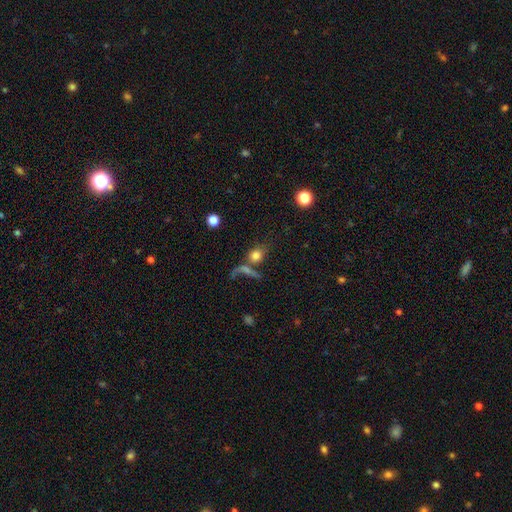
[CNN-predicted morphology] Smooth or featured?
  - smooth: 73% *
  - featured or disk: 14%
  - star or artifact: 12%
How rounded?
  - round: 66% *
  - in between: 29%
  - cigar-shaped: 5%
Merging?
  - none: 39% *
  - merger: 34%
  - major disturbance: 16%
  - minor disturbance: 11%